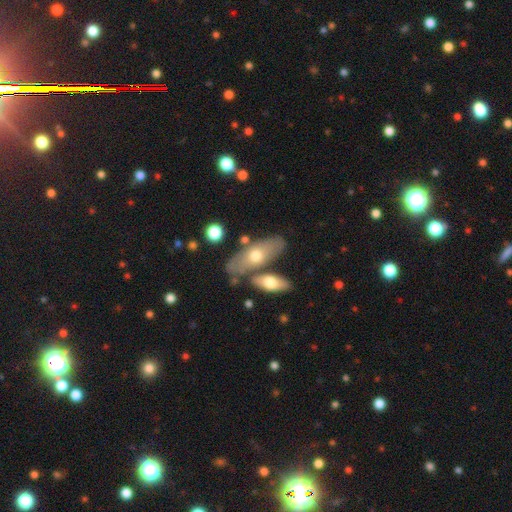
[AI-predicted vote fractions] The model was most divided on "smooth or featured": smooth: 55%, featured or disk: 39%, star or artifact: 6%. More confident: how rounded — in between (73%); merging — none (62%).